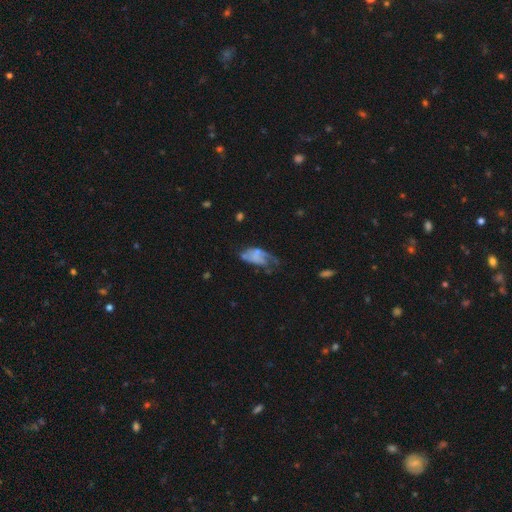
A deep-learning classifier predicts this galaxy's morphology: The model was most divided on "smooth or featured": featured or disk: 49%, smooth: 41%, star or artifact: 10%. Remaining: merging — major disturbance (43%).